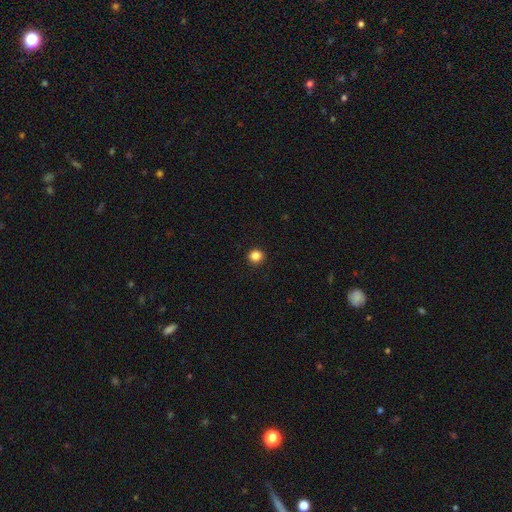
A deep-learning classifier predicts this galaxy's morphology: A smooth galaxy with no disk features (85%) that is round (90%).

Vote fractions:
- Smooth or featured? smooth: 85% / star or artifact: 12% / featured or disk: 4%
- How rounded? round: 90% / in between: 9% / cigar-shaped: 1%
- Merging? none: 93% / minor disturbance: 5% / major disturbance: 2% / merger: 1%